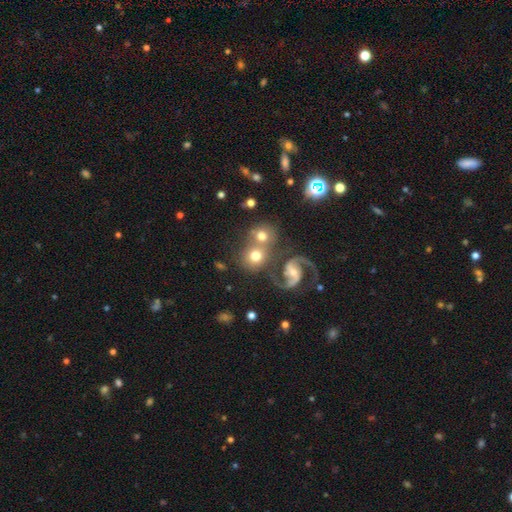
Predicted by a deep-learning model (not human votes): Smooth or featured?
  - smooth: 47% *
  - featured or disk: 43%
  - star or artifact: 10%
Merging?
  - none: 48% *
  - merger: 37%
  - minor disturbance: 10%
  - major disturbance: 6%